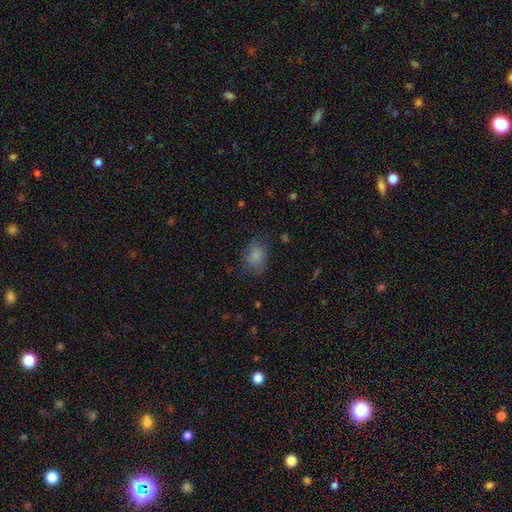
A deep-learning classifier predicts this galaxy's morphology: Smooth or featured? Predicted: smooth (p=0.76). How rounded? Predicted: in between (p=0.66). Merging? Predicted: none (p=0.61).